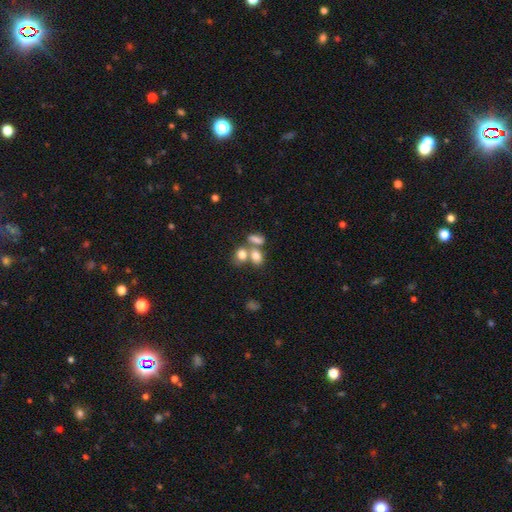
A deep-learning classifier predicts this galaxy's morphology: Q: Smooth or featured?
A: smooth (74%); runner-up: featured or disk (13%)
Q: How rounded?
A: in between (68%); runner-up: round (30%)
Q: Merging?
A: merger (49%); runner-up: none (34%)